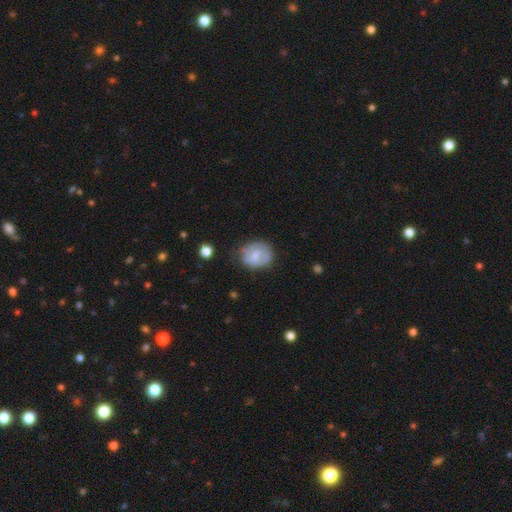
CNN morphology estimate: The model was most divided on "smooth or featured": smooth: 51%, featured or disk: 43%, star or artifact: 7%. More confident: how rounded — round (60%); merging — none (60%).